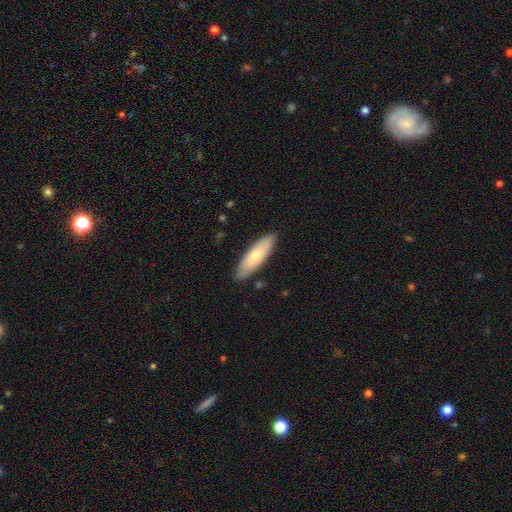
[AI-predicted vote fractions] smooth_or_featured: smooth (p=0.68) [alt: featured or disk p=0.27]
how_rounded: cigar-shaped (p=0.52) [alt: in between p=0.47]
merging: none (p=0.87) [alt: minor disturbance p=0.10]